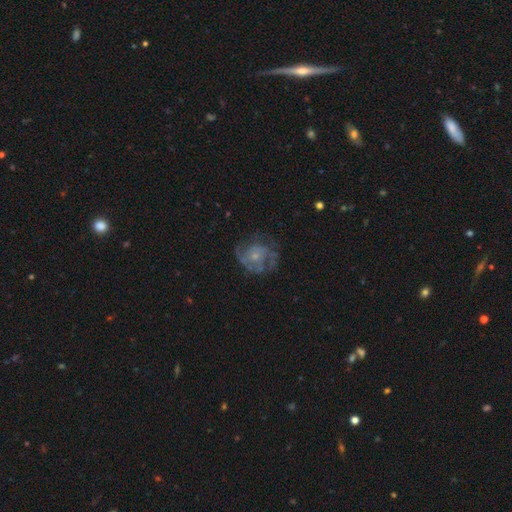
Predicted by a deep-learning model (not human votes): The model was most divided on "merging": none: 57%, minor disturbance: 21%, major disturbance: 21%, merger: 2%. More confident: edge-on disk — no (98%); bar — no (82%); spiral arms — yes (70%); smooth or featured — featured or disk (67%); bulge size — small (66%).